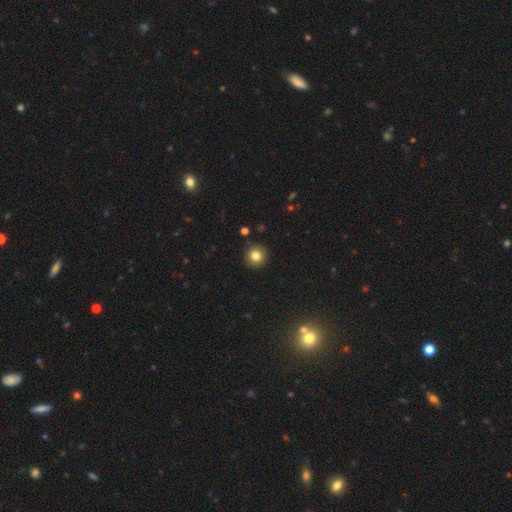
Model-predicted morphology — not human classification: smooth 81%, star or artifact 12%, featured or disk 7%. Down the decision tree: how rounded — round (94%); merging — none (92%).